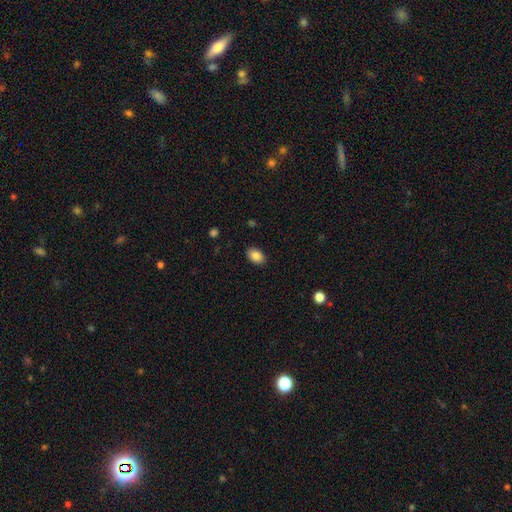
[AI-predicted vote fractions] This is clearly a smooth galaxy (87%). How rounded: clearly in between (82%). Merging: clearly none (88%).